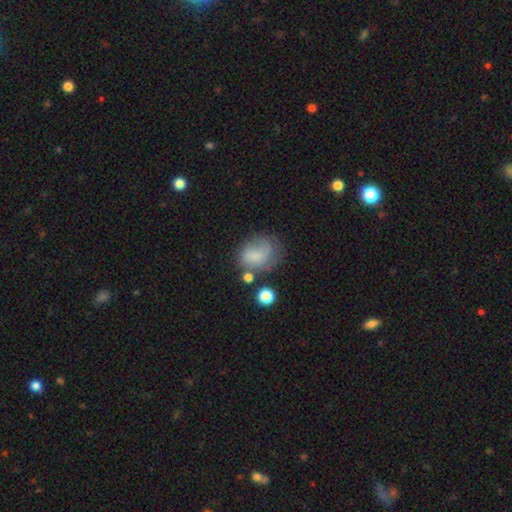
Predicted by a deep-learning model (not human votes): smooth 67%, featured or disk 21%, star or artifact 12%. Down the decision tree: how rounded — round (51%); merging — none (46%).